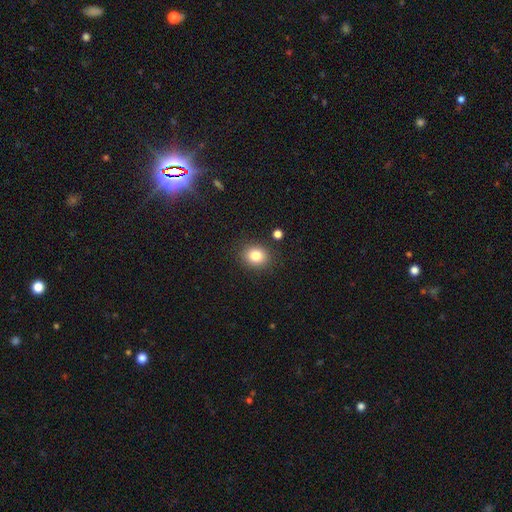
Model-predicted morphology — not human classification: This appears to be a smooth galaxy with no disk features (82%) that is round (68%). Merging: none (87%).